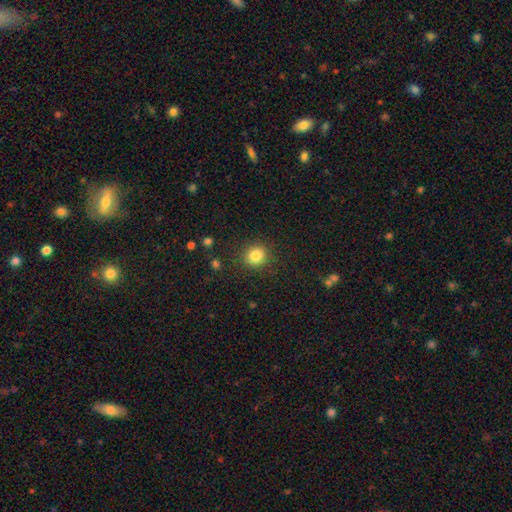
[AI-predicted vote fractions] smooth_or_featured: smooth (p=0.84) [alt: star or artifact p=0.11]
how_rounded: round (p=0.86) [alt: in between p=0.13]
merging: none (p=0.88) [alt: minor disturbance p=0.07]